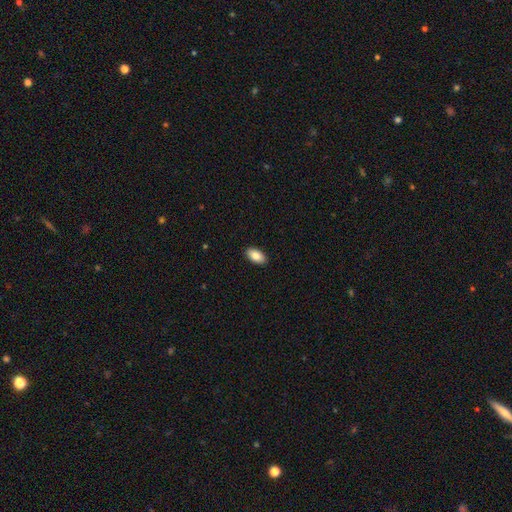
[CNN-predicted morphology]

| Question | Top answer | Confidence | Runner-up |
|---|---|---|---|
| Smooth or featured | smooth | 86% | featured or disk (7%) |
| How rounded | in between | 94% | round (3%) |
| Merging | none | 90% | minor disturbance (7%) |